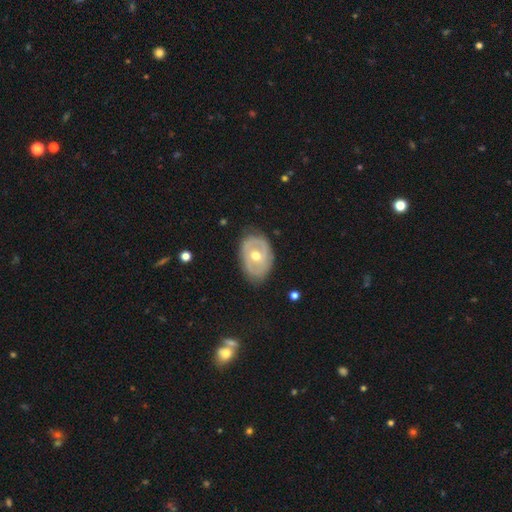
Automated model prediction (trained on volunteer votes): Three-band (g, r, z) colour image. It shows a featured or disk galaxy (65%) with no bar (69%), no spiral arms (61%) and a moderate central bulge (79%). Merging: none (74%).